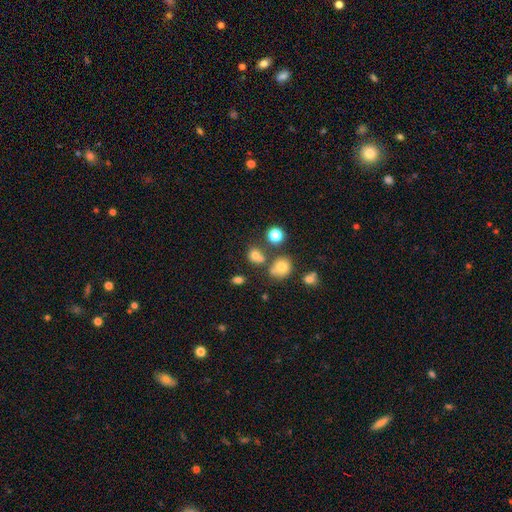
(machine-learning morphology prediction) smooth_or_featured: smooth (p=0.72) [alt: star or artifact p=0.18]
how_rounded: round (p=0.76) [alt: in between p=0.23]
merging: none (p=0.59) [alt: merger p=0.25]